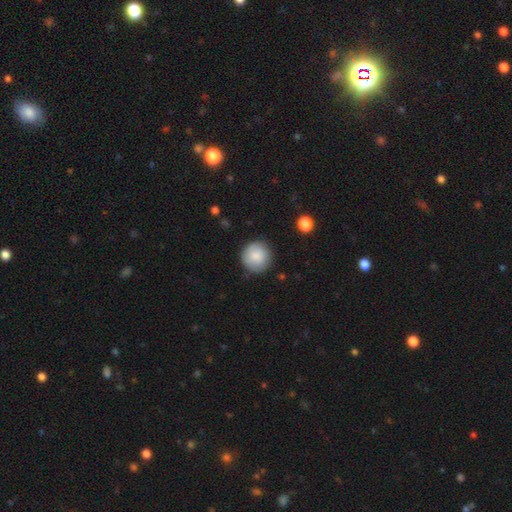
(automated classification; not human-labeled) A smooth galaxy with no disk features (85%) that is round (94%). Merging: none (84%).